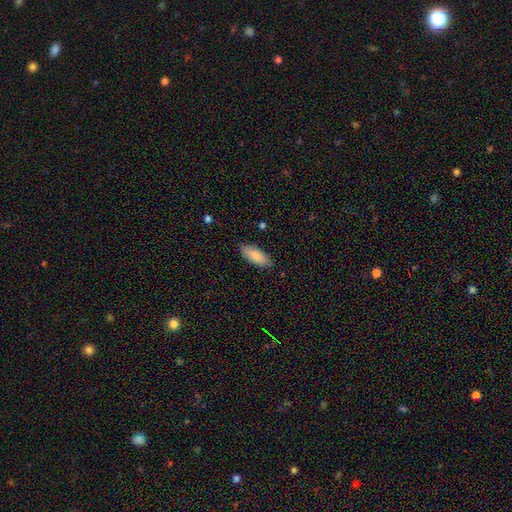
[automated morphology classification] type=smooth (87%); roundness=in between (81%); merging=none (86%).